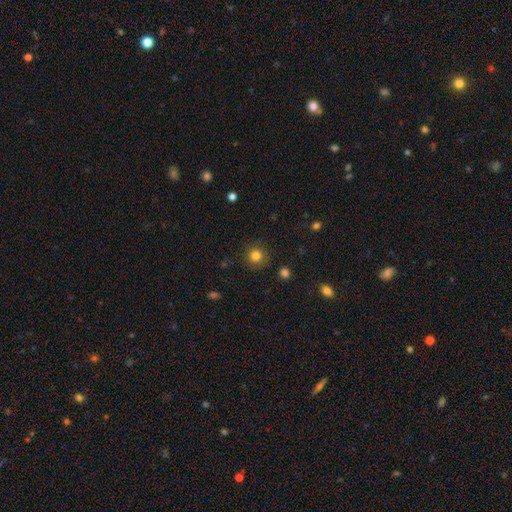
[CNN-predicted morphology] A smooth galaxy with no disk features (82%) that is round (93%). Merging: none (87%).